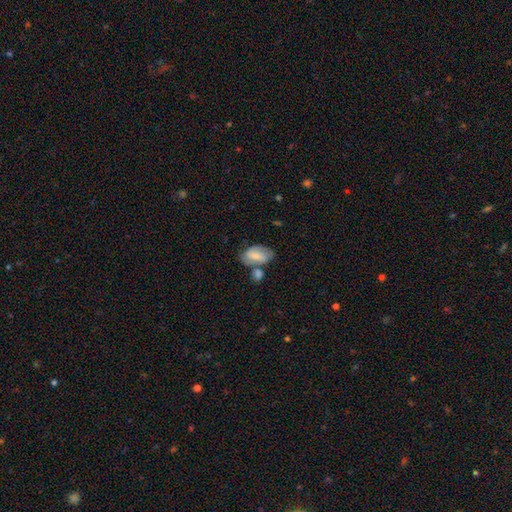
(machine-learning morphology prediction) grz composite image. It shows a smooth galaxy with no disk features (62%) that is in between round and cigar-shaped (91%). Merging: none (44%).